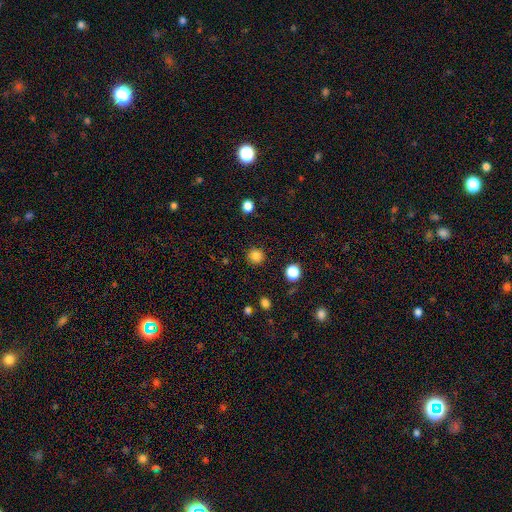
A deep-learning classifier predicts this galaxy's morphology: Smooth or featured?
  - smooth: 84% *
  - star or artifact: 13%
  - featured or disk: 4%
How rounded?
  - round: 94% *
  - in between: 5%
  - cigar-shaped: 1%
Merging?
  - none: 90% *
  - minor disturbance: 6%
  - major disturbance: 2%
  - merger: 1%